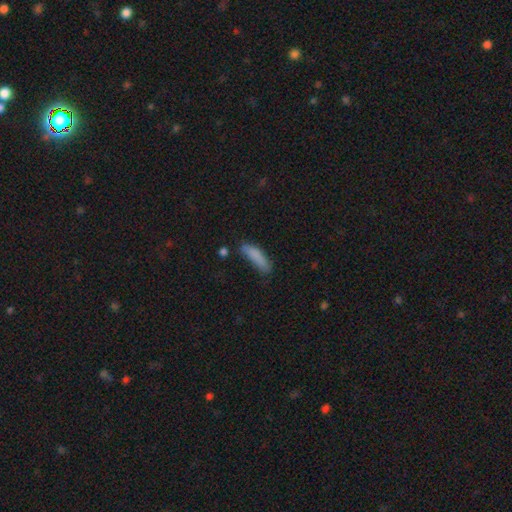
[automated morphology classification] Overall: smooth (83%). How rounded: cigar-shaped (68%; in between 30%). Merging: none (60%; minor disturbance 27%).